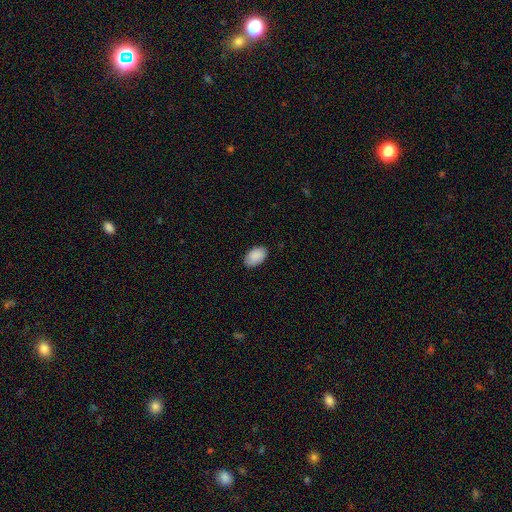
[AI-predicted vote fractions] Overall: smooth (90%). How rounded: in between (93%). Merging: none (85%).